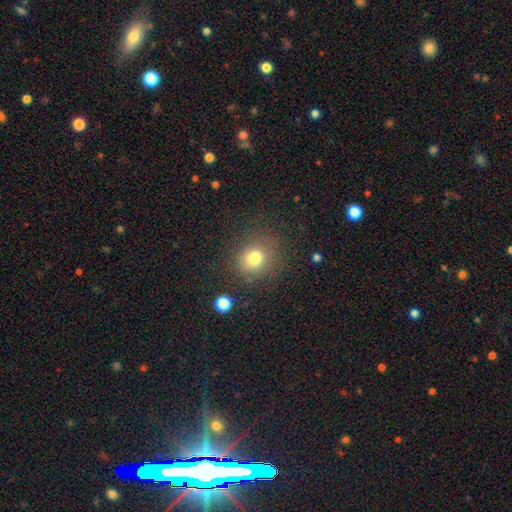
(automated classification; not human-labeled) Smooth or featured? Predicted: smooth (p=0.79). How rounded? Predicted: round (p=0.72). Merging? Predicted: none (p=0.79).